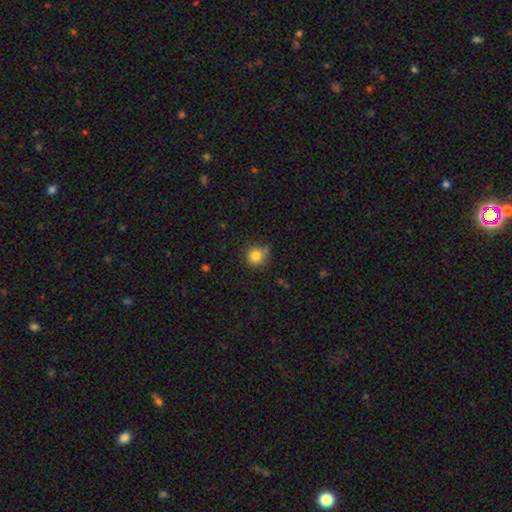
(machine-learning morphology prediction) Q: Smooth or featured?
A: smooth (83%); runner-up: star or artifact (11%)
Q: How rounded?
A: round (92%); runner-up: in between (7%)
Q: Merging?
A: none (74%); runner-up: minor disturbance (15%)